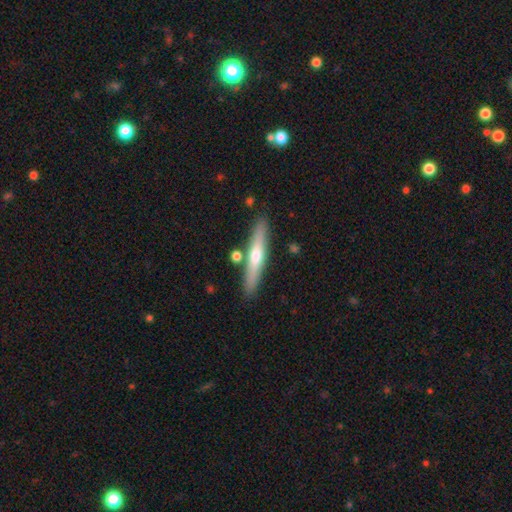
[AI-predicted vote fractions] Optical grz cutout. It shows a featured or disk galaxy (51%) viewed edge-on (94%). Merging: none (85%).